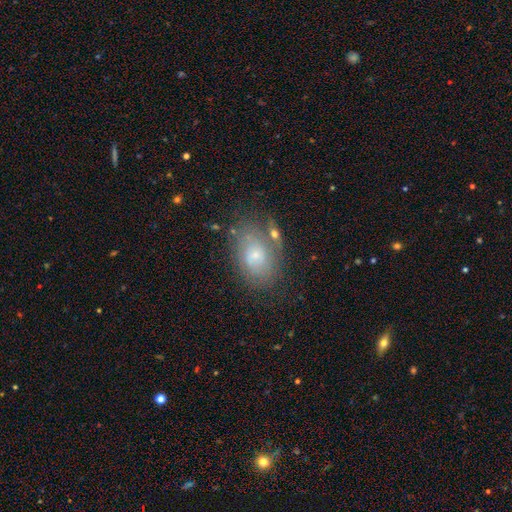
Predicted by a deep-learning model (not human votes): smooth_or_featured: smooth (p=0.56) [alt: featured or disk p=0.30]
how_rounded: in between (p=0.84) [alt: round p=0.14]
merging: none (p=0.67) [alt: minor disturbance p=0.20]